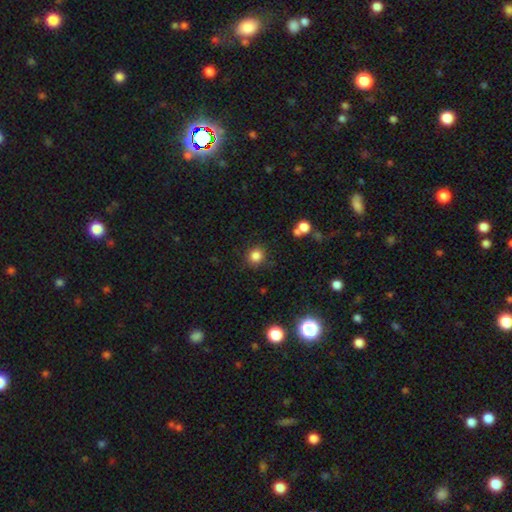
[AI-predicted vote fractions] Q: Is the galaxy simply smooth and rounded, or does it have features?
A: smooth — 84%.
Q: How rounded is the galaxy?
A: round — 88%.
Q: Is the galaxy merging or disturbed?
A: none — 85%.